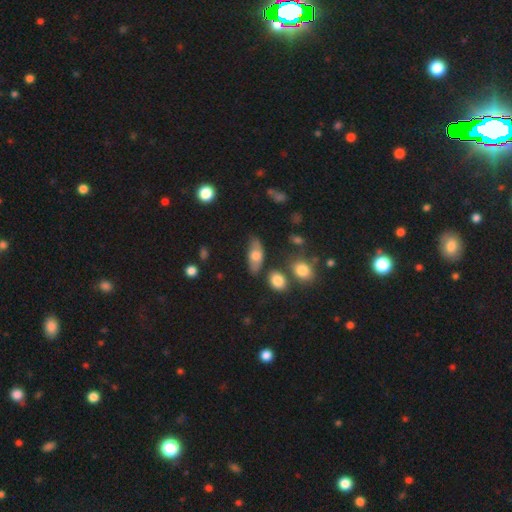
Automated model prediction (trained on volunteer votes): Smooth or featured? smooth (64%)
How rounded? in between (85%)
Merging? none (69%)